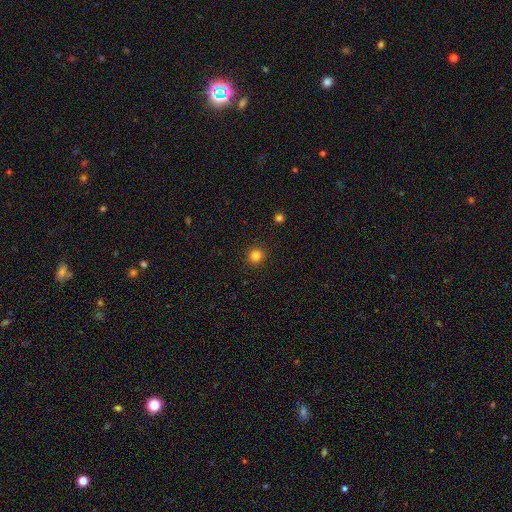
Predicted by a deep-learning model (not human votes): This appears to be a smooth galaxy with no disk features (83%) that is round (92%). Merging: none (92%).